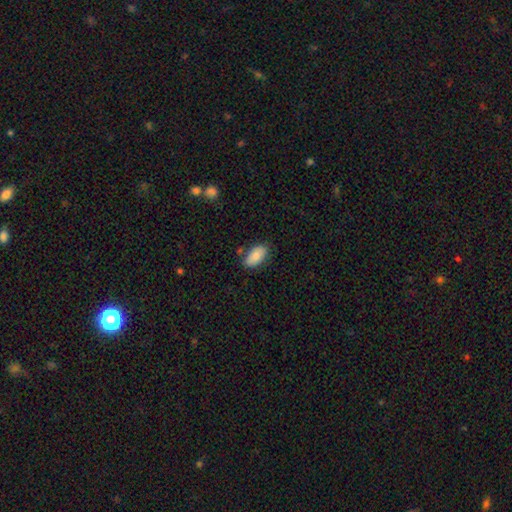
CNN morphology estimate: Smooth or featured? Predicted: smooth (p=0.83). How rounded? Predicted: in between (p=0.94). Merging? Predicted: none (p=0.77).